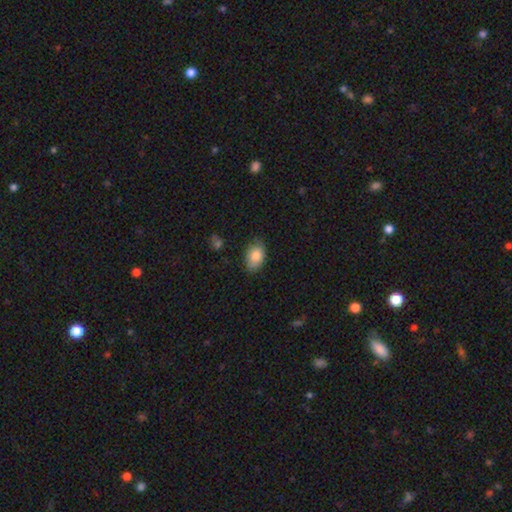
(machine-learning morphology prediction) This is clearly a smooth galaxy (83%). How rounded: clearly in between (88%). Merging: likely none (80%).